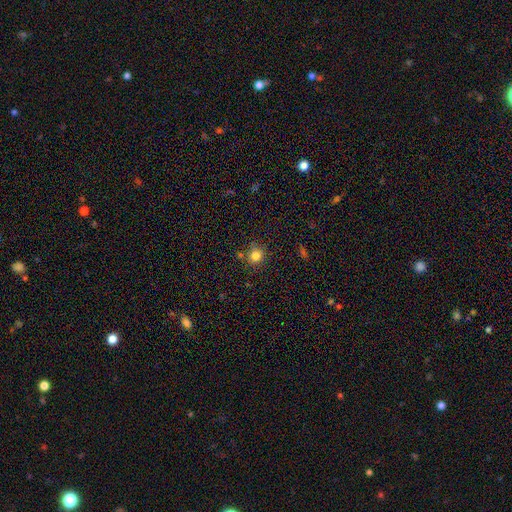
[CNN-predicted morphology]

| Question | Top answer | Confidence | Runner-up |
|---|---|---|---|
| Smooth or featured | smooth | 82% | star or artifact (13%) |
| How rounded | round | 87% | in between (12%) |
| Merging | none | 77% | minor disturbance (12%) |